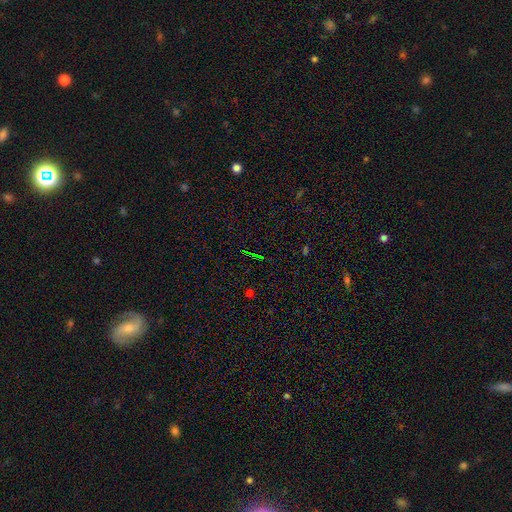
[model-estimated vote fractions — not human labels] Smooth or featured?
  - star or artifact: 71% *
  - smooth: 16%
  - featured or disk: 13%